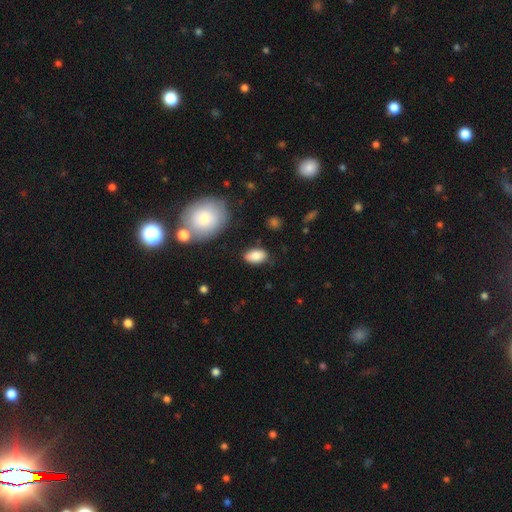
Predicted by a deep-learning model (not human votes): Morphology: type=smooth (84%); roundness=in between (92%); merging=none (82%).